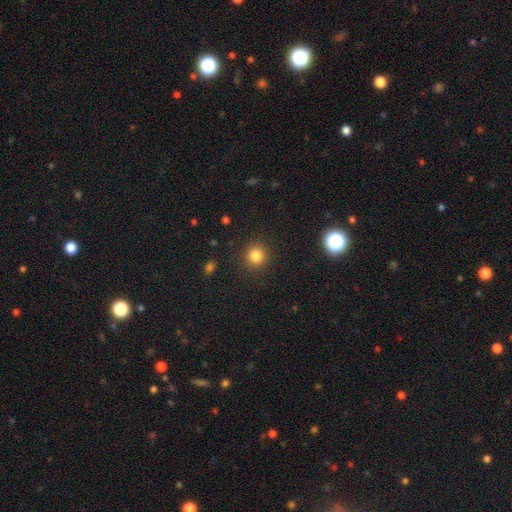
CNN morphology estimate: This appears to be a smooth galaxy with no disk features (82%) that is round (92%). Merging: none (90%).